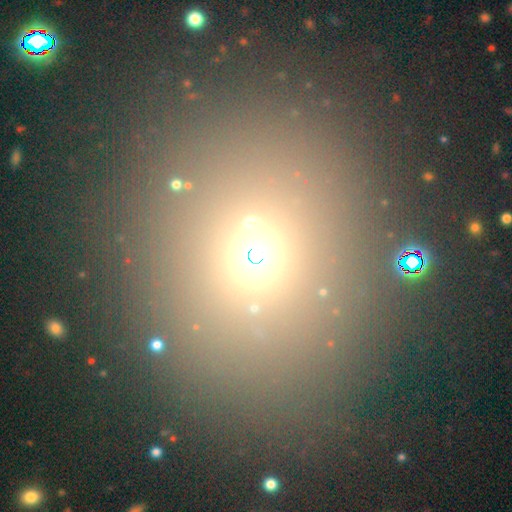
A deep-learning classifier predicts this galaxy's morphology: This is possibly a smooth galaxy (59%). How rounded: likely round (72%). Merging: likely none (78%).